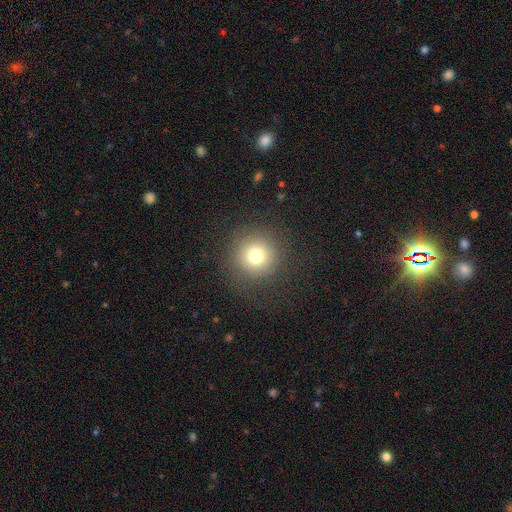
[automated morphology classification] smooth_or_featured: smooth (p=0.75) [alt: star or artifact p=0.15]
how_rounded: round (p=0.96) [alt: in between p=0.04]
merging: none (p=0.88) [alt: minor disturbance p=0.06]